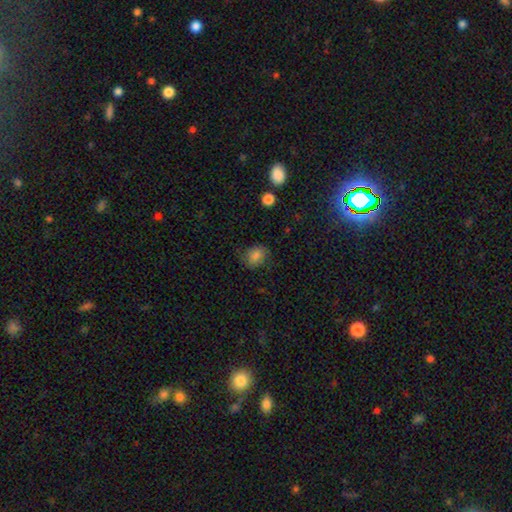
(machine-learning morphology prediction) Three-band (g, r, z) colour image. It shows a smooth galaxy with no disk features (82%) that is in between round and cigar-shaped (54%). Merging: none (73%).